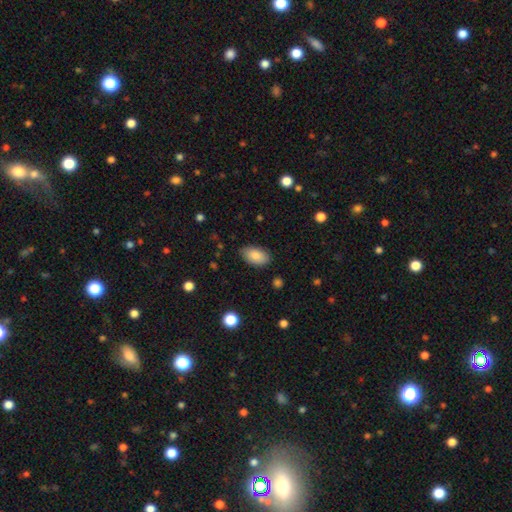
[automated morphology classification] smooth 86%, featured or disk 8%, star or artifact 7%. Down the decision tree: how rounded — in between (94%); merging — none (84%).